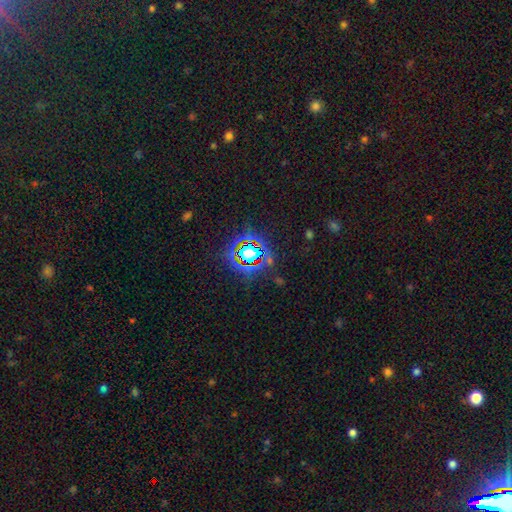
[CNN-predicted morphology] This is likely a star or artifact rather than a galaxy (78%).